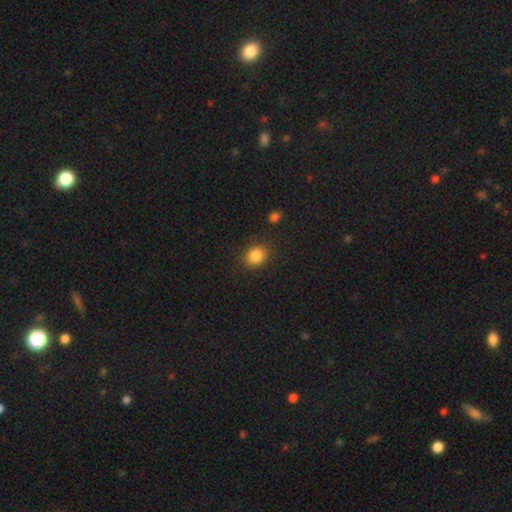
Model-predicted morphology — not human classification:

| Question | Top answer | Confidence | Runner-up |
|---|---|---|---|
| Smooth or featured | smooth | 85% | star or artifact (10%) |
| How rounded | round | 61% | in between (38%) |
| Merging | none | 83% | minor disturbance (11%) |